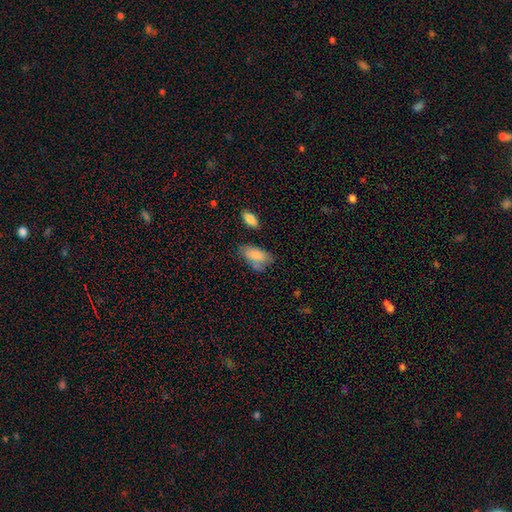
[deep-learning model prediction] smooth-or-featured: smooth: 83% | featured or disk: 9% | star or artifact: 7%
  how-rounded: in between: 91% | cigar-shaped: 5% | round: 4%
  merging: none: 57% | minor disturbance: 25% | merger: 10% | major disturbance: 8%